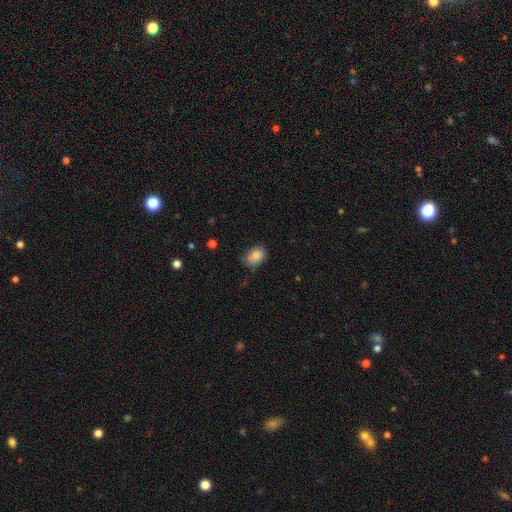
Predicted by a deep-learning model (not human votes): Smooth or featured? smooth (84%)
How rounded? in between (70%)
Merging? none (61%)